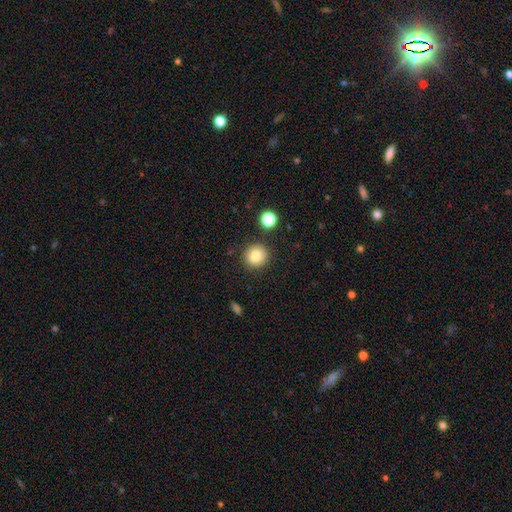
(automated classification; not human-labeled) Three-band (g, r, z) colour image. It shows a smooth galaxy with no disk features (80%) that is round (92%). Merging: none (87%).